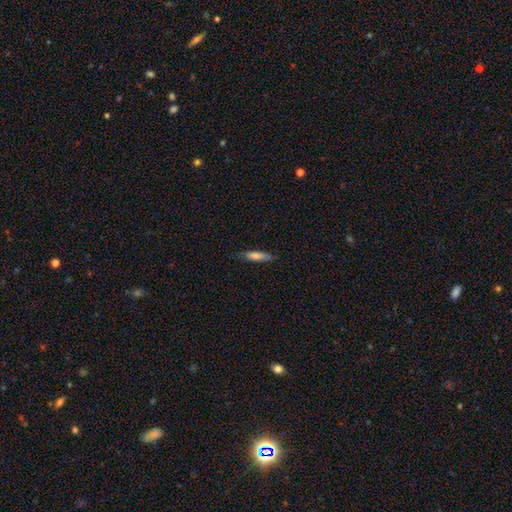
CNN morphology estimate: Overall: smooth (69%). How rounded: cigar-shaped (75%). Merging: none (82%).